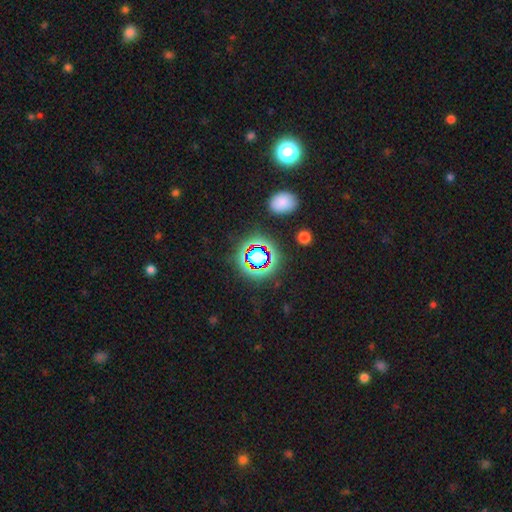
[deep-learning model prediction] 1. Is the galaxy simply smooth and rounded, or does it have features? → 74% star or artifact, 17% smooth, 9% featured or disk.